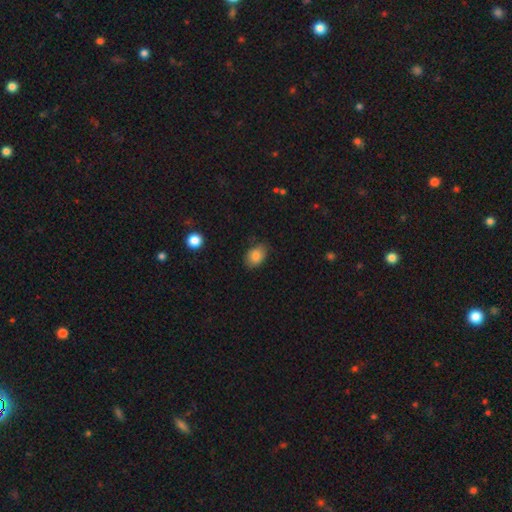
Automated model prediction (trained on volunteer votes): This appears to be a smooth galaxy with no disk features (85%) that is in between round and cigar-shaped (78%). Merging: none (76%).